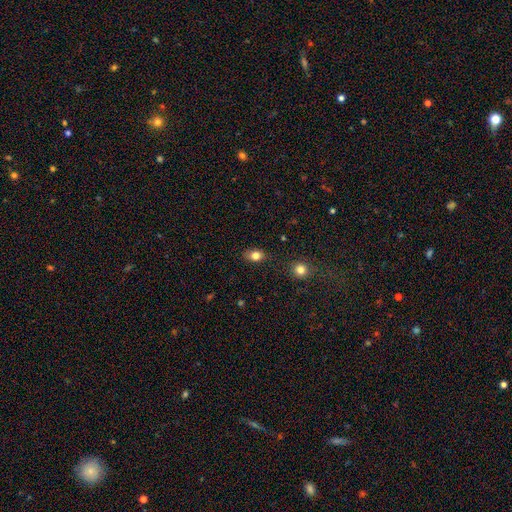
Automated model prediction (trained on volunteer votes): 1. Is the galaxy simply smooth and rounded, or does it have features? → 81% smooth, 11% star or artifact, 9% featured or disk.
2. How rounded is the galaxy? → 68% in between, 30% round, 2% cigar-shaped.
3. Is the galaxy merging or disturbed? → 80% none, 15% minor disturbance, 3% major disturbance, 2% merger.